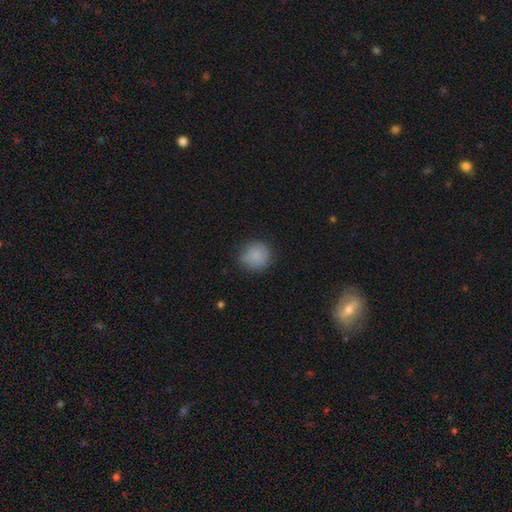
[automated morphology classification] Smooth or featured? Predicted: smooth (p=0.85). How rounded? Predicted: round (p=0.89). Merging? Predicted: none (p=0.76).